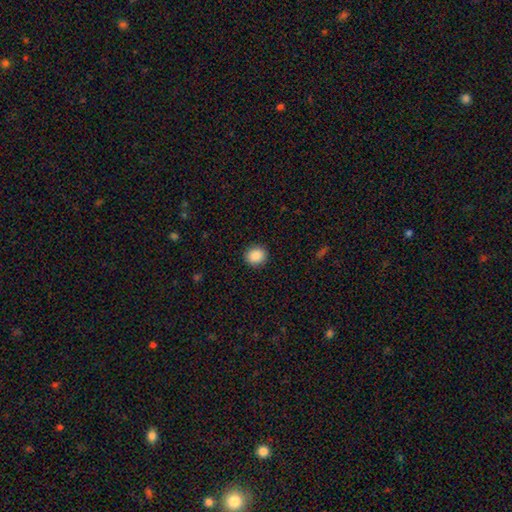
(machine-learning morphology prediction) Smooth or featured?
  - smooth: 88% *
  - star or artifact: 9%
  - featured or disk: 3%
How rounded?
  - round: 84% *
  - in between: 15%
  - cigar-shaped: 1%
Merging?
  - none: 91% *
  - minor disturbance: 6%
  - major disturbance: 2%
  - merger: 1%